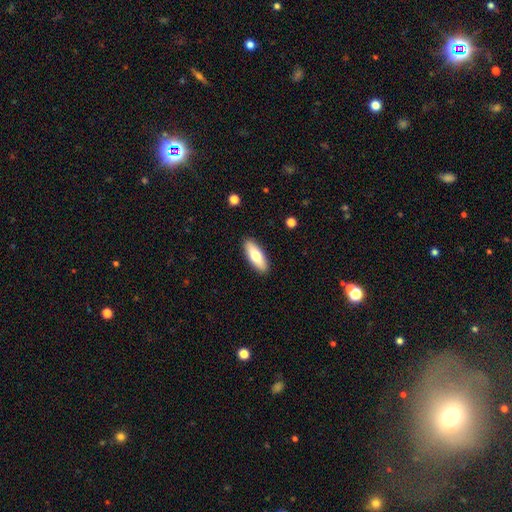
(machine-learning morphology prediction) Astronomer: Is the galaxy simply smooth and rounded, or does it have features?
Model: smooth — 70%.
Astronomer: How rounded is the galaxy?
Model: in between — 66%.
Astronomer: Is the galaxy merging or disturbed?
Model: none — 90%.